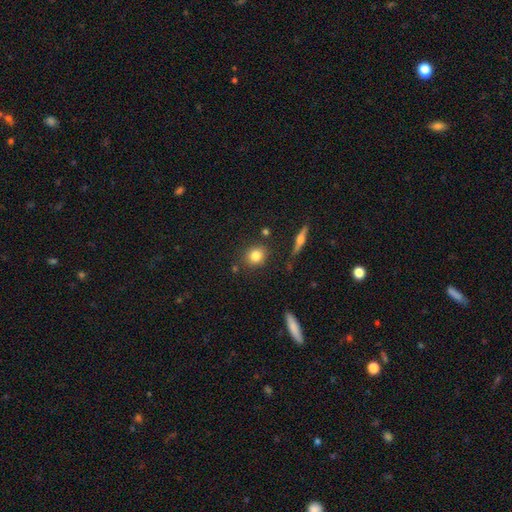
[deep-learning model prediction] The model was most divided on "how rounded": round: 78%, in between: 20%, cigar-shaped: 2%. More confident: merging — none (82%); smooth or featured — smooth (80%).